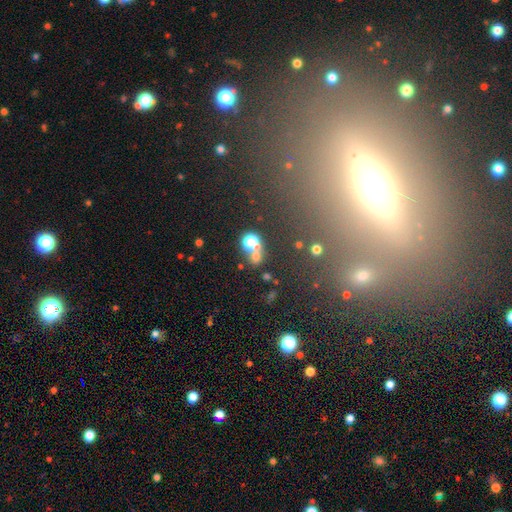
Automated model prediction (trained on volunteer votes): This appears to be a smooth galaxy with no disk features (64%) that is round (70%). Merging: merger (50%).